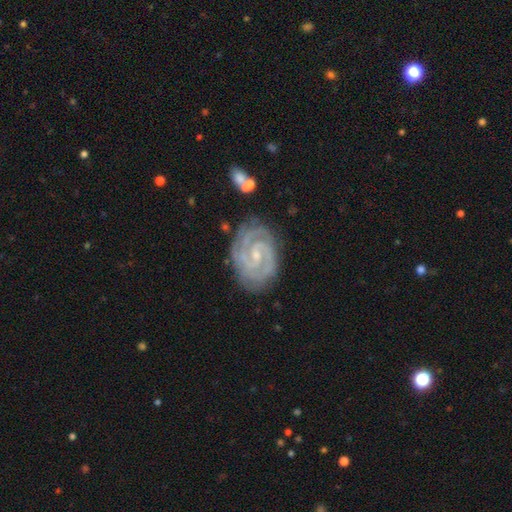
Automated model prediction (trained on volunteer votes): featured or disk 92%, star or artifact 5%, smooth 4%. Down the decision tree: edge-on disk — no (98%); bar — weak (46%); spiral arms — yes (99%); spiral arm count — 2 (69%); spiral winding — tight (74%); bulge size — small (75%); merging — none (78%).